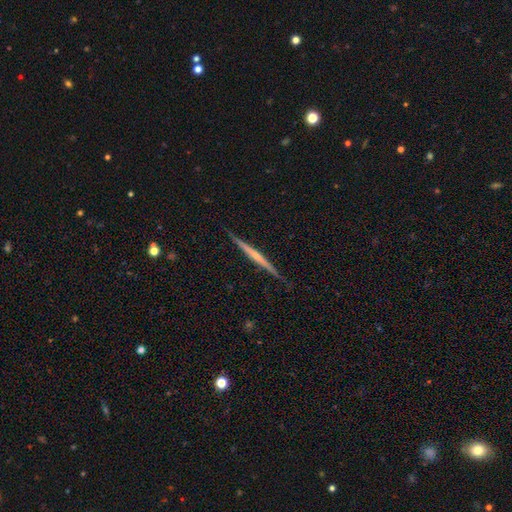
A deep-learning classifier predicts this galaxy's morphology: Smooth or featured?
  - featured or disk: 71% *
  - smooth: 24%
  - star or artifact: 5%
Edge-on disk?
  - yes: 98% *
  - no: 2%
Edge-on bulge?
  - none: 52% *
  - rounded: 41%
  - boxy: 7%
Merging?
  - none: 88% *
  - minor disturbance: 9%
  - major disturbance: 2%
  - merger: 1%